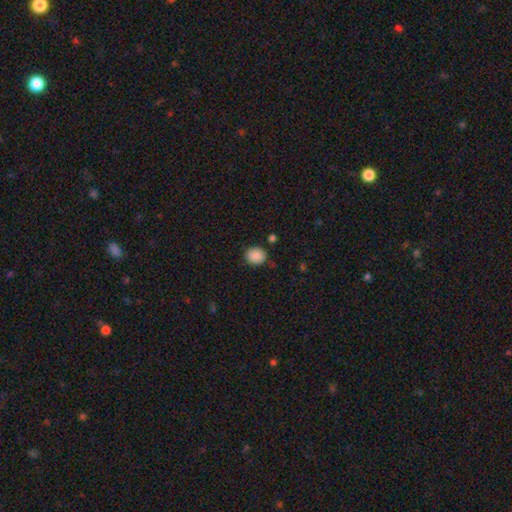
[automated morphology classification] Smooth or featured: smooth — 88% (star or artifact — 9%)
How rounded: round — 75% (in between — 24%)
Merging: none — 81% (minor disturbance — 13%)